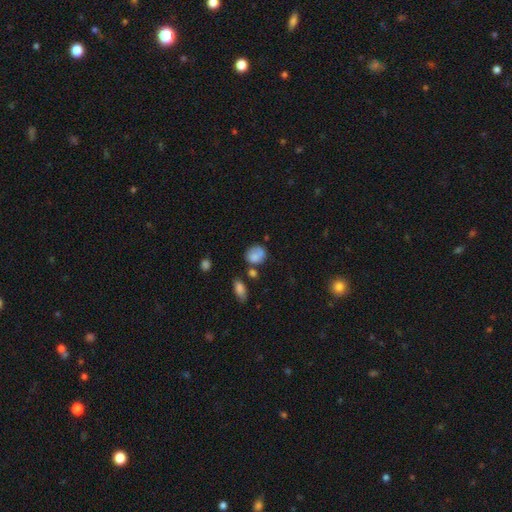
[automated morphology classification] The model was most divided on "merging": none: 49%, minor disturbance: 23%, merger: 17%, major disturbance: 10%. More confident: smooth or featured — smooth (76%); how rounded — round (68%).